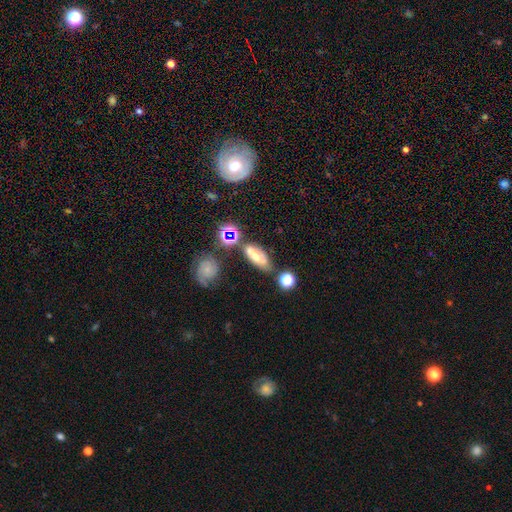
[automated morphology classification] Smooth or featured: smooth — 43% (featured or disk — 39%)
Merging: none — 57% (minor disturbance — 21%)